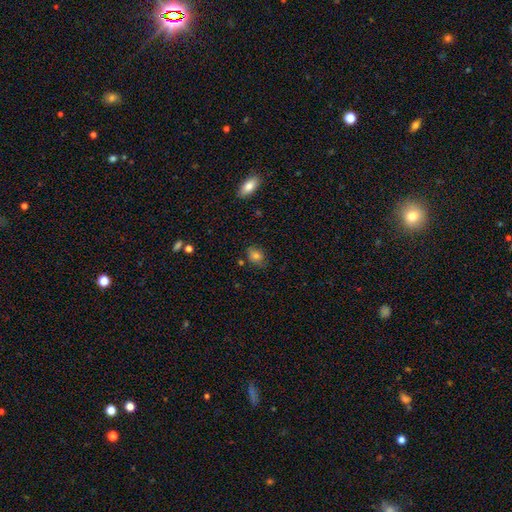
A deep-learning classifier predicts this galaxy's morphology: This appears to be a smooth galaxy with no disk features (78%) that is in between round and cigar-shaped (68%). Merging: none (73%).